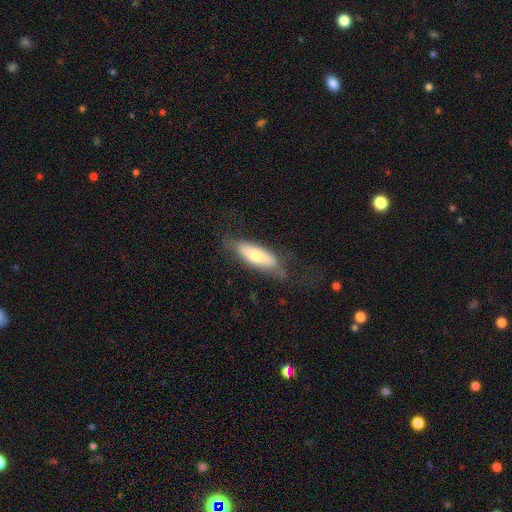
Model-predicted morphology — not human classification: A smooth galaxy with no disk features (63%) that is in between round and cigar-shaped (55%).

Vote fractions:
- Smooth or featured? smooth: 63% / featured or disk: 30% / star or artifact: 7%
- How rounded? in between: 55% / cigar-shaped: 43% / round: 2%
- Merging? none: 63% / minor disturbance: 23% / major disturbance: 13% / merger: 2%